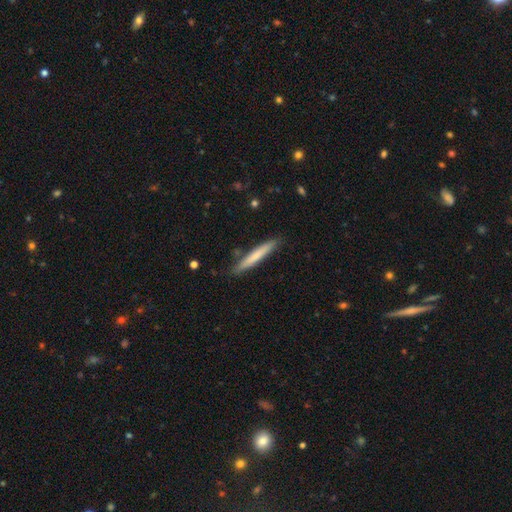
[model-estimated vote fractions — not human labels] Smooth or featured: smooth — 67% (featured or disk — 28%)
How rounded: cigar-shaped — 96% (in between — 3%)
Merging: none — 87% (minor disturbance — 9%)